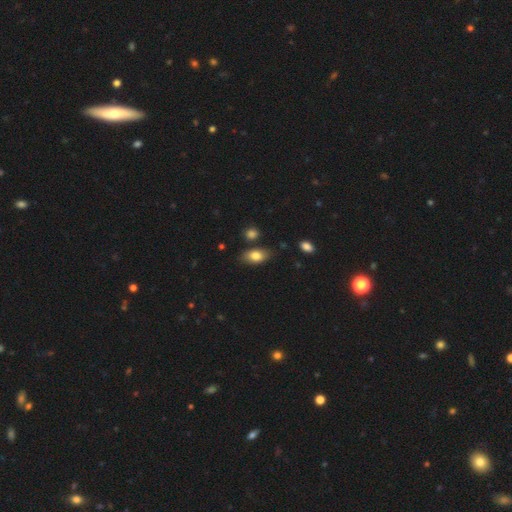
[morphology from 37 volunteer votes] type=smooth (86%); roundness=in between (97%); merging=none (94%).